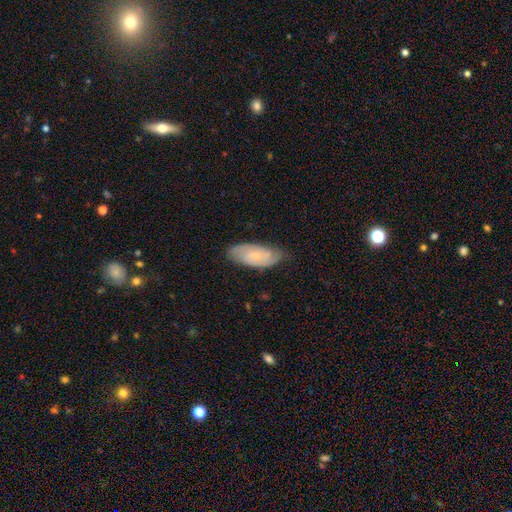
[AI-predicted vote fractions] A featured or disk galaxy (63%) with no bar (58%), 2 (66%) tight (54%) spiral arms (91%) and a small central bulge (66%).

Vote fractions:
- Smooth or featured? featured or disk: 63% / smooth: 30% / star or artifact: 6%
- Edge-on disk? no: 92% / yes: 8%
- Bar? no: 58% / weak: 36% / strong: 6%
- Spiral arms? yes: 91% / no: 9%
- Spiral winding? tight: 54% / medium: 37% / loose: 10%
- Spiral arm count? 2: 66% / can't tell: 22% / 3: 6% / 1: 2% / 4: 2% / more than 4: 2%
- Bulge size? small: 66% / moderate: 22% / none: 9% / large: 2% / dominant: 1%
- Merging? none: 77% / minor disturbance: 18% / major disturbance: 4% / merger: 1%